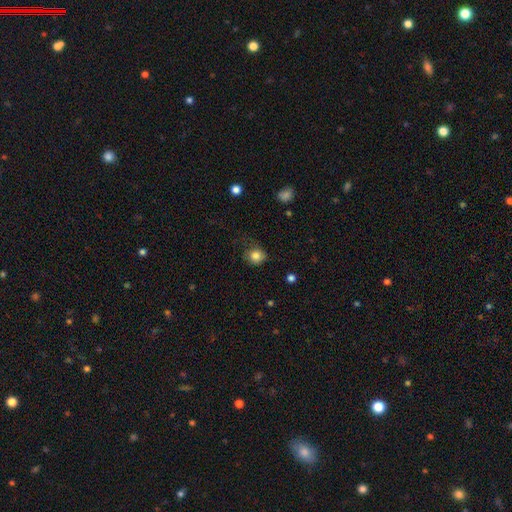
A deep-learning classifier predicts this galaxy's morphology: A smooth galaxy with no disk features (83%) that is round (79%). Merging: none (64%).